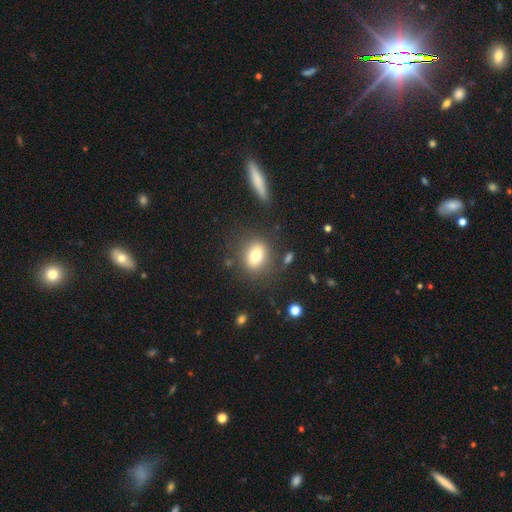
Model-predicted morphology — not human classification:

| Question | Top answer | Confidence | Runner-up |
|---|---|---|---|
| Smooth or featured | smooth | 74% | featured or disk (15%) |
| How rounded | in between | 50% | round (48%) |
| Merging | none | 80% | minor disturbance (11%) |